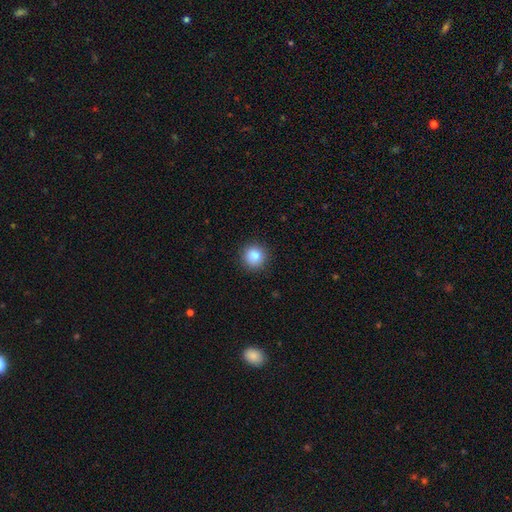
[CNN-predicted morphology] A smooth galaxy with no disk features (86%) that is round (93%).

Vote fractions:
- Smooth or featured? smooth: 86% / star or artifact: 10% / featured or disk: 5%
- How rounded? round: 93% / in between: 6% / cigar-shaped: 1%
- Merging? none: 90% / minor disturbance: 7% / major disturbance: 2% / merger: 1%